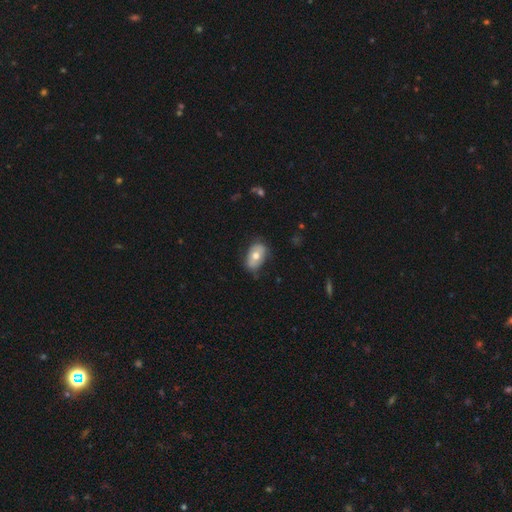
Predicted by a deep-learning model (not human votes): This is likely a smooth galaxy (64%). How rounded: clearly in between (87%). Merging: likely none (72%).